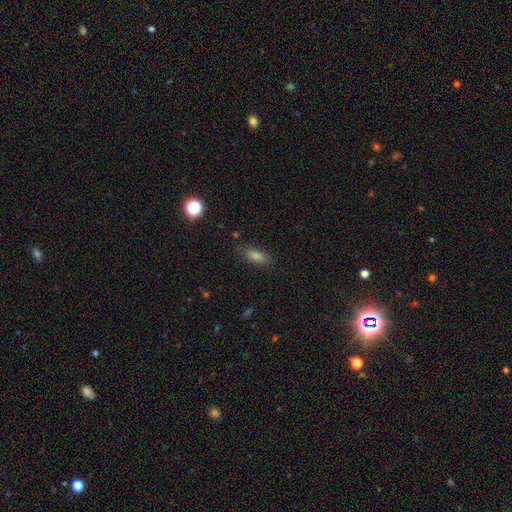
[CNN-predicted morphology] Smooth or featured: smooth — 71% (star or artifact — 15%)
How rounded: in between — 61% (cigar-shaped — 34%)
Merging: none — 84% (minor disturbance — 12%)